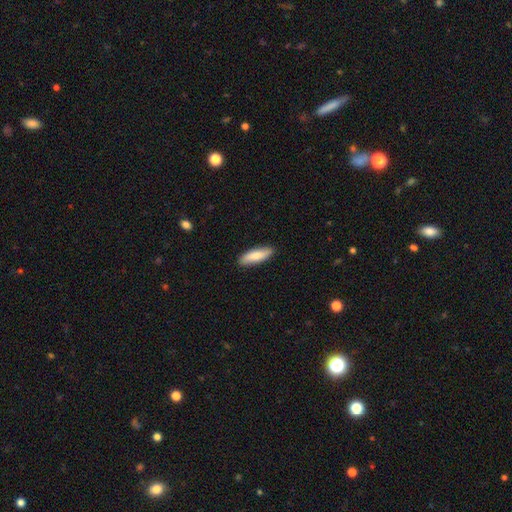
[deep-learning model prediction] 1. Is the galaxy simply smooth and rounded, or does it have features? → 79% smooth, 16% featured or disk, 5% star or artifact.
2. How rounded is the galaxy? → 51% cigar-shaped, 47% in between, 2% round.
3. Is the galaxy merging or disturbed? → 88% none, 9% minor disturbance, 2% major disturbance, 1% merger.